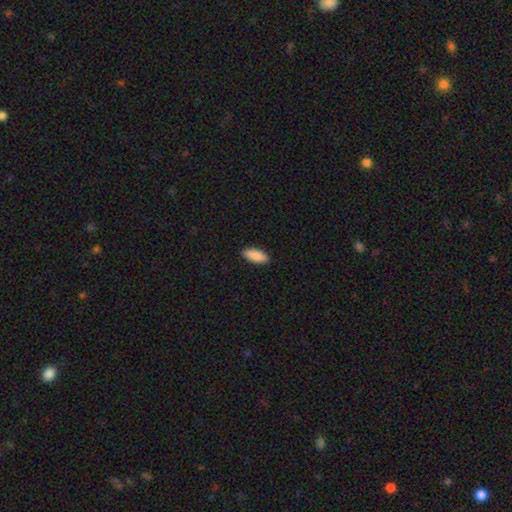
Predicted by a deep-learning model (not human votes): Q: Smooth or featured?
A: smooth (89%); runner-up: star or artifact (6%)
Q: How rounded?
A: in between (78%); runner-up: cigar-shaped (20%)
Q: Merging?
A: none (90%); runner-up: minor disturbance (8%)